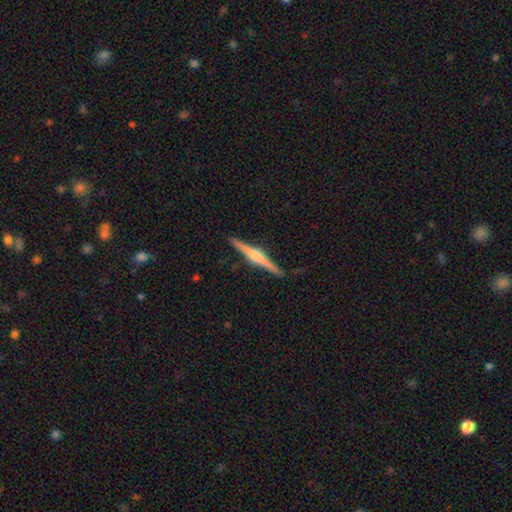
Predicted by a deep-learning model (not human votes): A featured or disk galaxy (79%) viewed edge-on (99%) with a rounded central bulge (83%).

Vote fractions:
- Smooth or featured? featured or disk: 79% / smooth: 16% / star or artifact: 5%
- Edge-on disk? yes: 99% / no: 1%
- Edge-on bulge? rounded: 83% / boxy: 12% / none: 5%
- Merging? none: 91% / minor disturbance: 7% / major disturbance: 1% / merger: 1%